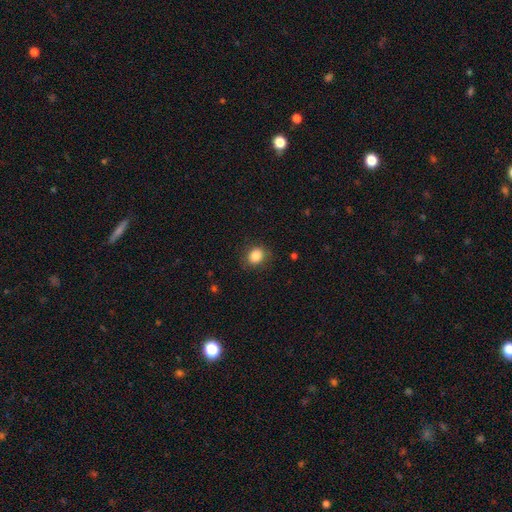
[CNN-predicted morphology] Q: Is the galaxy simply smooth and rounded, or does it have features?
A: smooth — 85%.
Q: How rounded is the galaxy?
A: round — 60%.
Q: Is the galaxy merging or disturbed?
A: none — 82%.